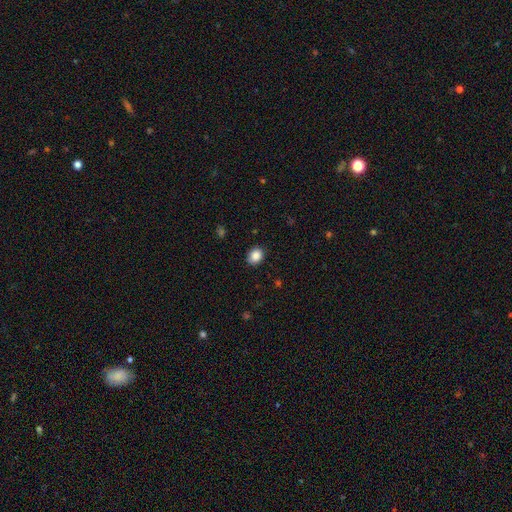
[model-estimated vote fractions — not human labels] Q: Smooth or featured?
A: smooth (87%); runner-up: star or artifact (9%)
Q: How rounded?
A: round (55%); runner-up: in between (44%)
Q: Merging?
A: none (87%); runner-up: minor disturbance (10%)